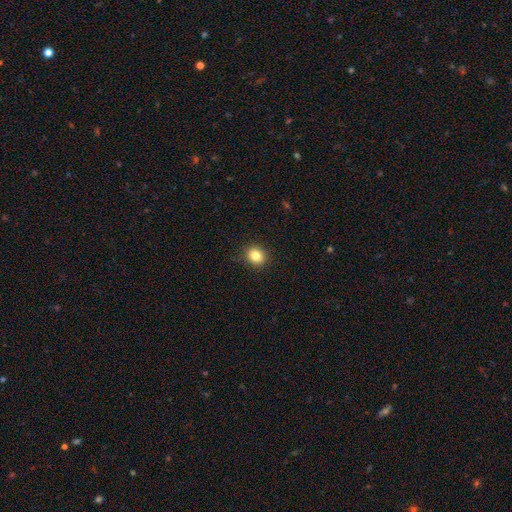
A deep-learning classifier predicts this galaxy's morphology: Overall: smooth (84%). How rounded: round (72%). Merging: none (89%).